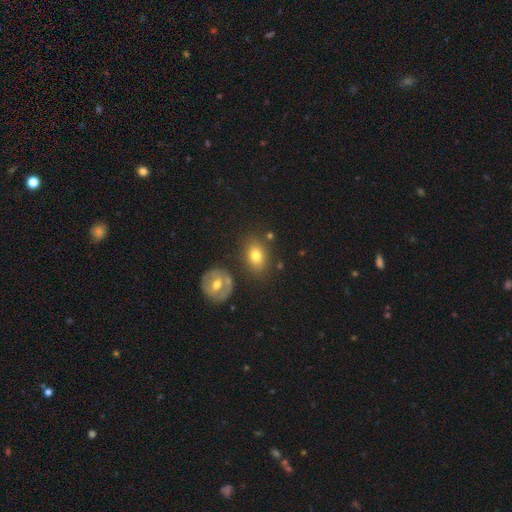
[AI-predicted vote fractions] Smooth or featured: smooth — 74% (featured or disk — 15%)
How rounded: in between — 67% (round — 32%)
Merging: none — 75% (minor disturbance — 13%)